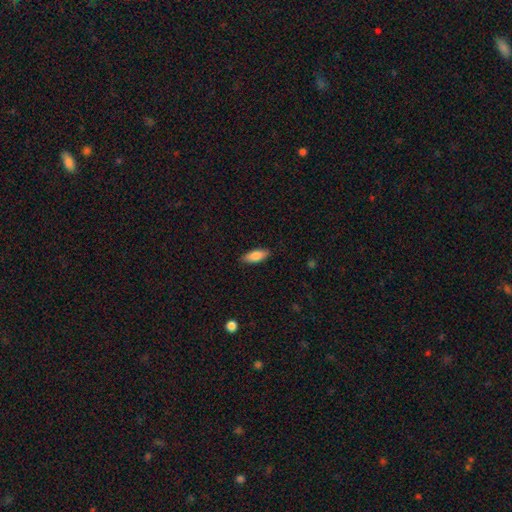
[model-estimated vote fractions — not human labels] Overall: smooth (83%). How rounded: in between (71%). Merging: none (87%).